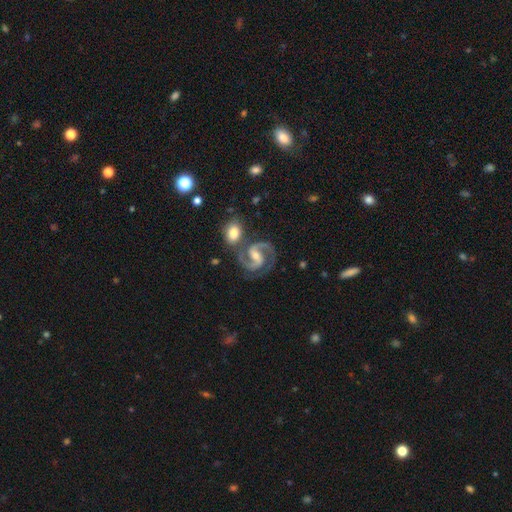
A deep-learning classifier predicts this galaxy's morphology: Smooth or featured? Predicted: featured or disk (p=0.92). Edge-on disk? Predicted: no (p=0.98). Bar? Predicted: weak (p=0.41). Spiral arms? Predicted: yes (p=0.98). Spiral winding? Predicted: medium (p=0.66). Spiral arm count? Predicted: 2 (p=0.94). Bulge size? Predicted: moderate (p=0.48). Merging? Predicted: none (p=0.68).